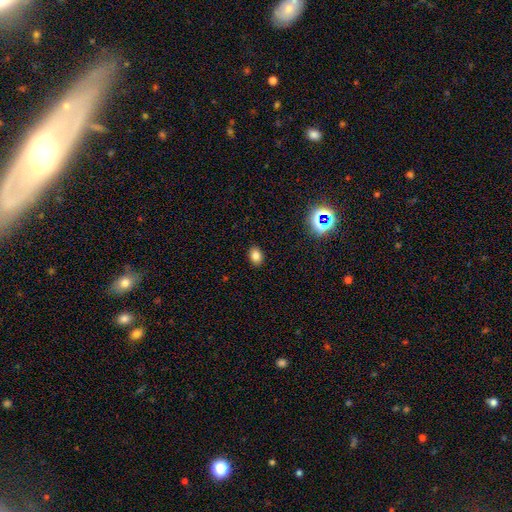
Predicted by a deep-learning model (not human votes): Smooth or featured? smooth (81%)
How rounded? in between (68%)
Merging? none (89%)